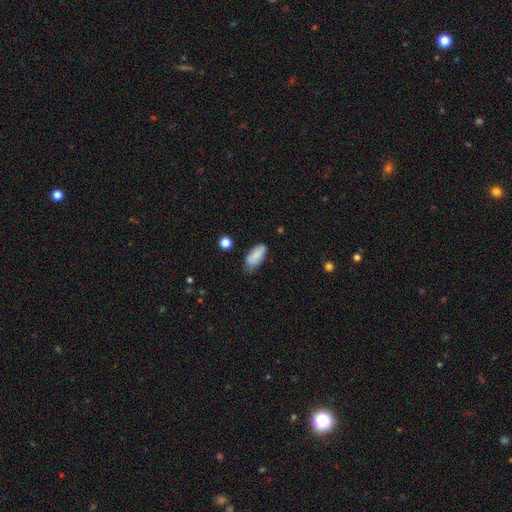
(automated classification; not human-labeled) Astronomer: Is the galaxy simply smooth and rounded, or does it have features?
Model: smooth — 82%.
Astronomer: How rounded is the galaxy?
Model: in between — 88%.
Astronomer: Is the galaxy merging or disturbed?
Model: none — 59%.